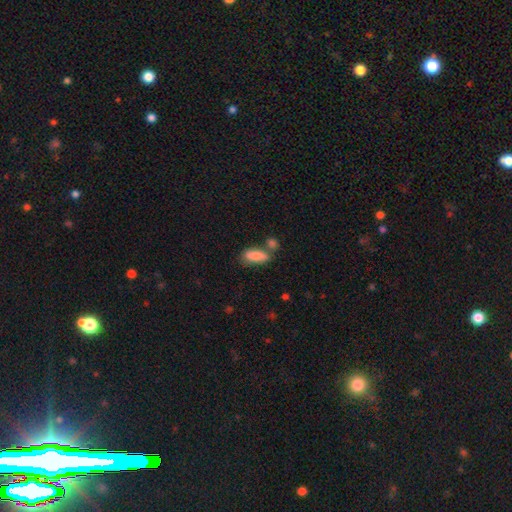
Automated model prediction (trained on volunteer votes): A smooth galaxy with no disk features (85%) that is in between round and cigar-shaped (74%). Merging: none (53%).